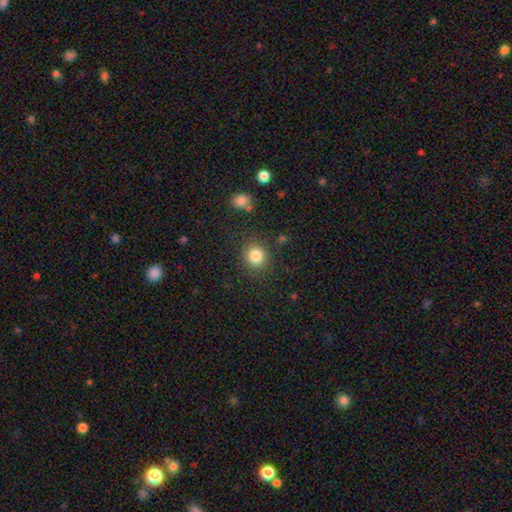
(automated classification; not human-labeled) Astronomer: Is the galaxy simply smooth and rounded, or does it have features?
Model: smooth — 83%.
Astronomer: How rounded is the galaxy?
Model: round — 85%.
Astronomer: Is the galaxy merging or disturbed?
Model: none — 85%.